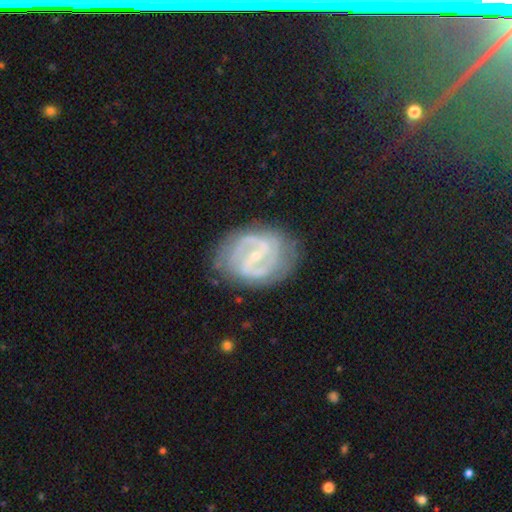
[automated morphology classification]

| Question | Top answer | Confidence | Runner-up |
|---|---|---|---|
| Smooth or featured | featured or disk | 86% | smooth (8%) |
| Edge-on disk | no | 97% | yes (3%) |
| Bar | weak | 44% | strong (39%) |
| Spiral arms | yes | 93% | no (7%) |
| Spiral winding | medium | 46% | tight (39%) |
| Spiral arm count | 2 | 76% | can't tell (12%) |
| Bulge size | small | 74% | moderate (22%) |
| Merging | none | 75% | minor disturbance (17%) |